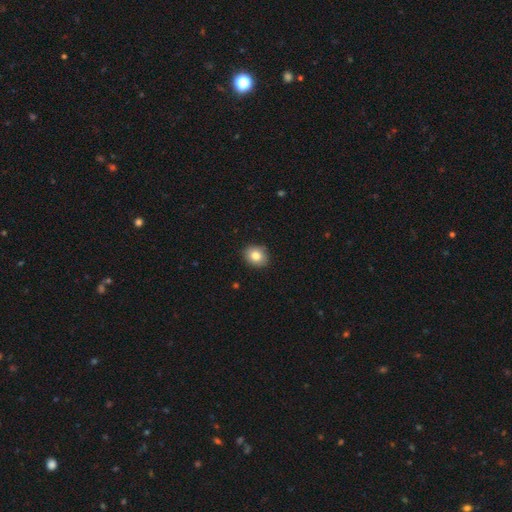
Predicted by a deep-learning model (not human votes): This is clearly a smooth galaxy (83%). How rounded: likely round (64%). Merging: clearly none (88%).